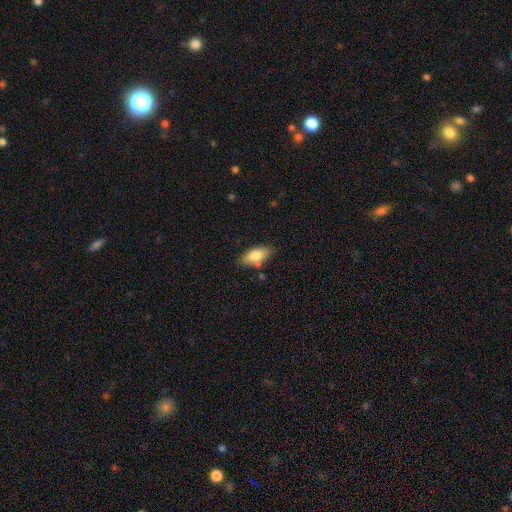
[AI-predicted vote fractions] This appears to be a smooth galaxy with no disk features (80%) that is in between round and cigar-shaped (87%). Merging: none (76%).